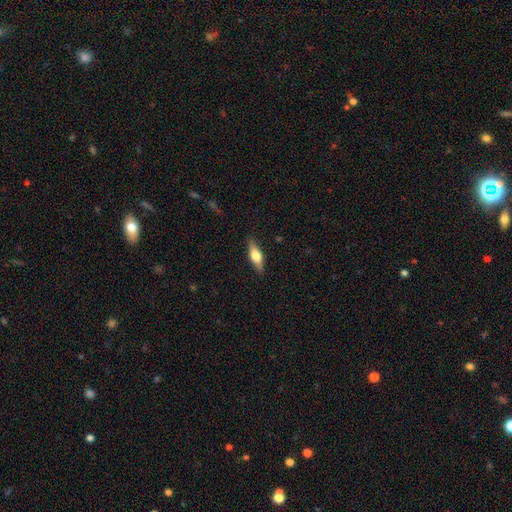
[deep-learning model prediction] The model was most divided on "how rounded": in between: 53%, cigar-shaped: 44%, round: 3%. More confident: merging — none (86%); smooth or featured — smooth (54%).